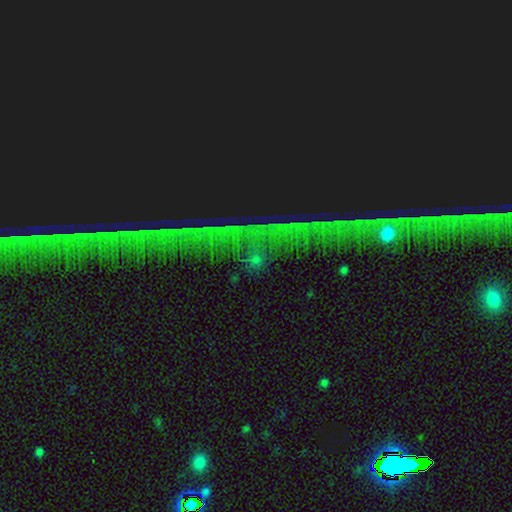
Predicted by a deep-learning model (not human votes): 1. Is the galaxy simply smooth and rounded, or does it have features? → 75% star or artifact, 14% smooth, 11% featured or disk.